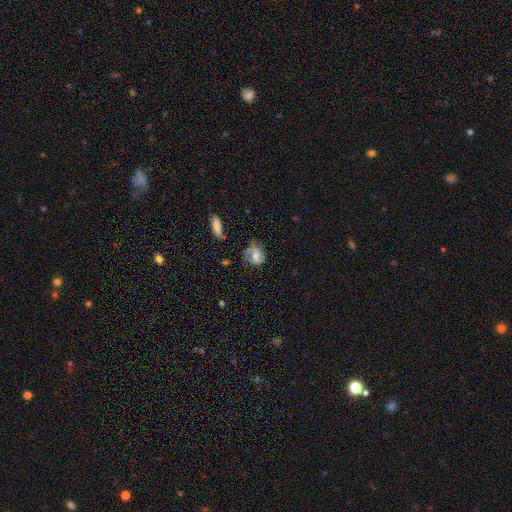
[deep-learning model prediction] A featured or disk galaxy (56%) with no bar (46%), spiral arms (85%) and a moderate central bulge (48%).

Vote fractions:
- Smooth or featured? featured or disk: 56% / smooth: 35% / star or artifact: 8%
- Edge-on disk? no: 96% / yes: 4%
- Bar? no: 46% / weak: 41% / strong: 13%
- Spiral arms? yes: 85% / no: 15%
- Bulge size? moderate: 48% / small: 29% / large: 12% / none: 10% / dominant: 2%
- Merging? none: 51% / minor disturbance: 25% / major disturbance: 20% / merger: 4%